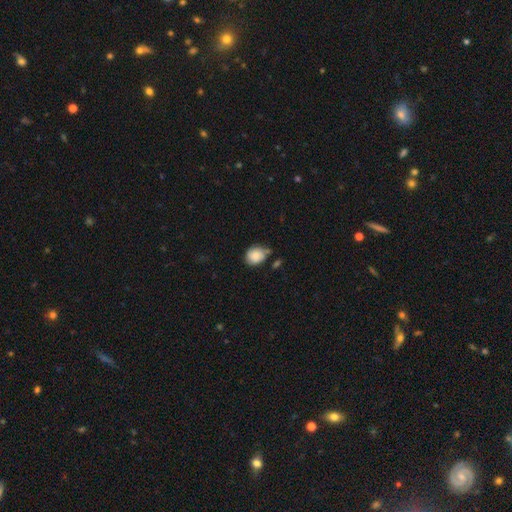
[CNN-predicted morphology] Smooth or featured? smooth (85%)
How rounded? round (66%)
Merging? none (54%)